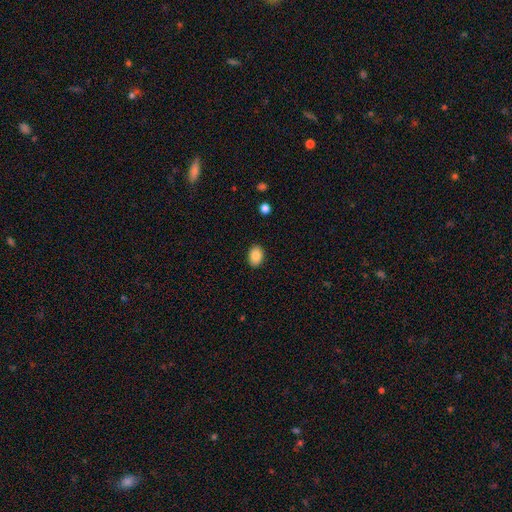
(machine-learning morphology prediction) This appears to be a smooth galaxy with no disk features (88%) that is in between round and cigar-shaped (76%). Merging: none (89%).